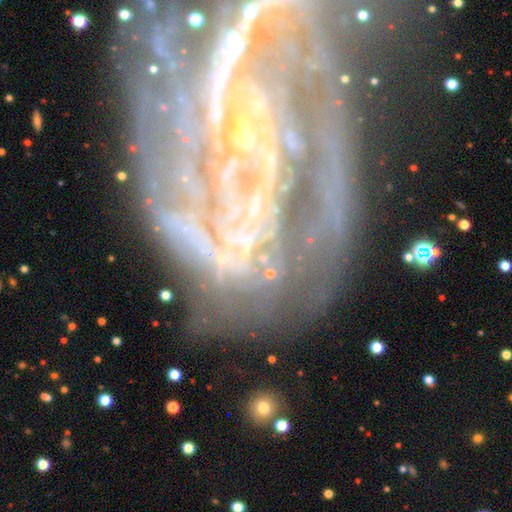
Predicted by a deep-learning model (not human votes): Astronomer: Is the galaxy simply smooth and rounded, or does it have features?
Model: featured or disk — 77%.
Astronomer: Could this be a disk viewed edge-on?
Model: no — 94%.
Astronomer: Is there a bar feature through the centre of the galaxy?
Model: no — 49% (runner-up: weak, 27%).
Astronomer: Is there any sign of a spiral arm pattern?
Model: yes — 83%.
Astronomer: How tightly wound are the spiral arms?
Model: tight — 61%.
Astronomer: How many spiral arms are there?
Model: can't tell — 32% (runner-up: 2, 22%).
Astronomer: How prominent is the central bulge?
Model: small — 51%.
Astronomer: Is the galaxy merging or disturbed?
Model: none — 55%.